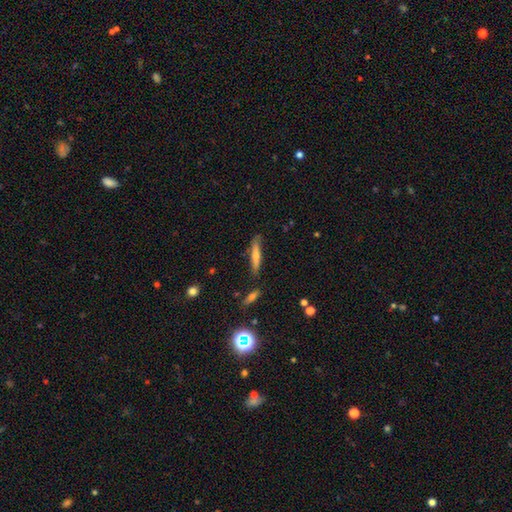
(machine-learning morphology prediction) Smooth or featured: featured or disk — 45% (smooth — 42%)
Merging: none — 80% (minor disturbance — 14%)